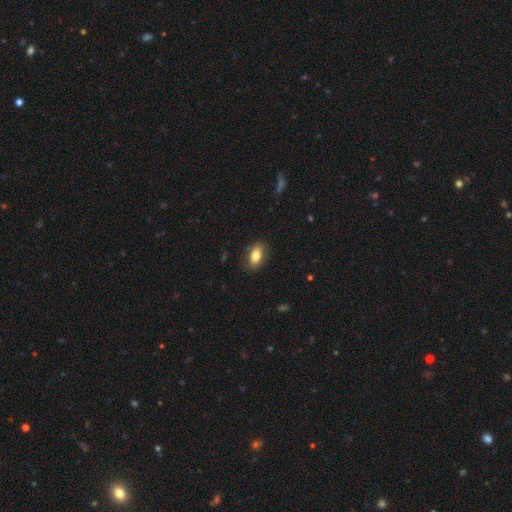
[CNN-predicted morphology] Smooth or featured: smooth — 79% (featured or disk — 14%)
How rounded: in between — 90% (round — 7%)
Merging: none — 82% (minor disturbance — 14%)